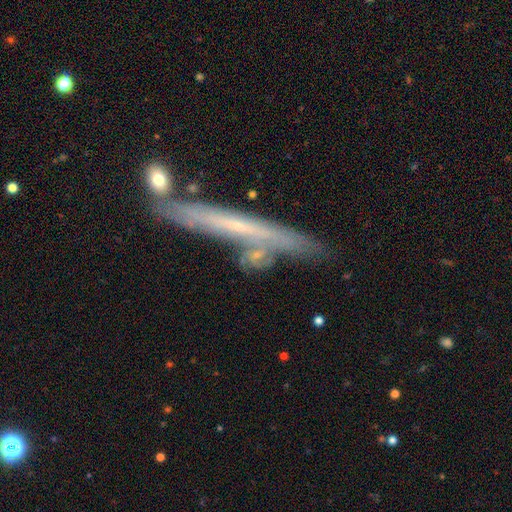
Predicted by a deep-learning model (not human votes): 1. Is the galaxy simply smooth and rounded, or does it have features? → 51% featured or disk, 36% smooth, 14% star or artifact.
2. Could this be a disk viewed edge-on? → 57% yes, 43% no.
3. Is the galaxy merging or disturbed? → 56% none, 19% merger, 17% minor disturbance, 8% major disturbance.